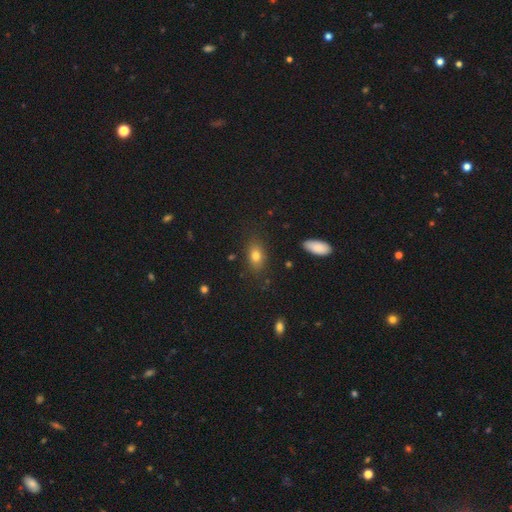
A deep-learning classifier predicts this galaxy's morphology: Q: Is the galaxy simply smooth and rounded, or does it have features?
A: smooth — 78%.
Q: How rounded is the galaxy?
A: in between — 82%.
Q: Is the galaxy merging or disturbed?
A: none — 82%.